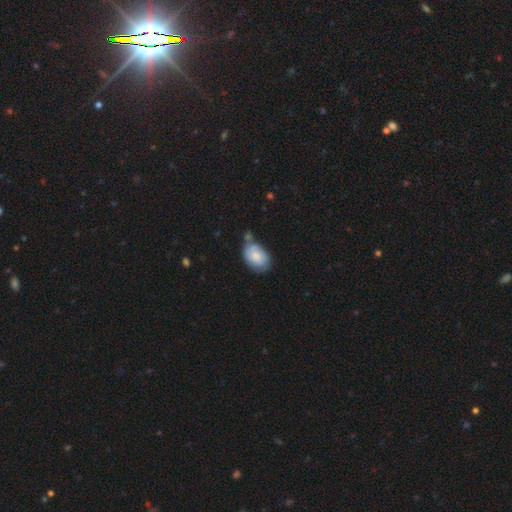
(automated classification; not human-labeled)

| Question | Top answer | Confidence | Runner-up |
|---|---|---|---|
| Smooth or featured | smooth | 76% | featured or disk (17%) |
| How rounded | in between | 86% | round (13%) |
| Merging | none | 48% | minor disturbance (31%) |